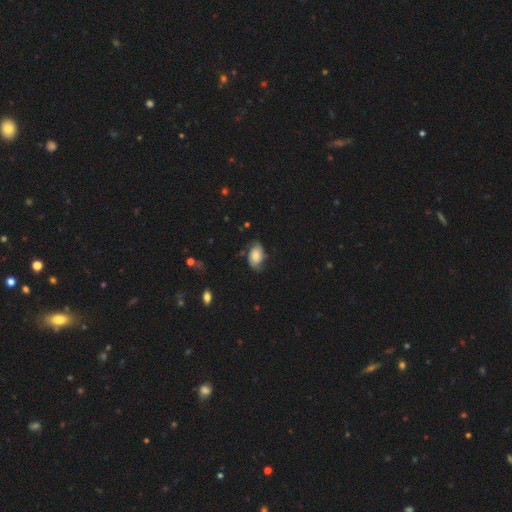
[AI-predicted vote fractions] A smooth galaxy with no disk features (57%) that is in between round and cigar-shaped (88%).

Vote fractions:
- Smooth or featured? smooth: 57% / featured or disk: 35% / star or artifact: 8%
- How rounded? in between: 88% / round: 10% / cigar-shaped: 2%
- Merging? none: 63% / minor disturbance: 26% / major disturbance: 9% / merger: 2%